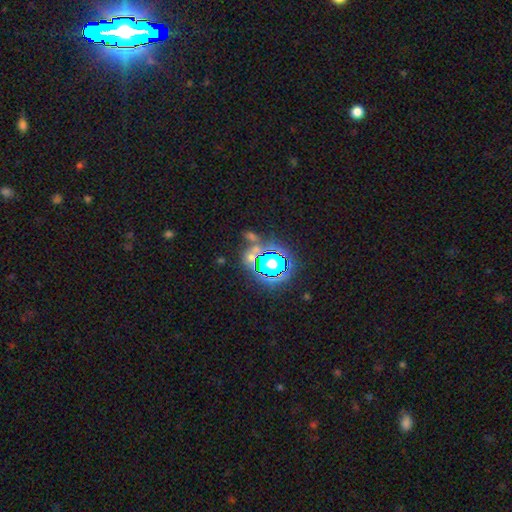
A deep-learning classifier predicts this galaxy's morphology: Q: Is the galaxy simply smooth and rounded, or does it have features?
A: star or artifact — 61%.